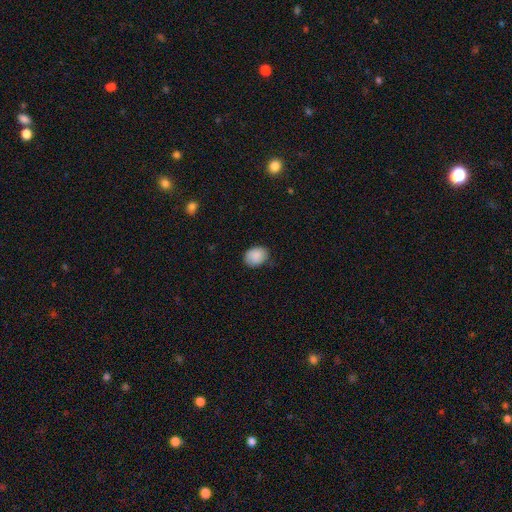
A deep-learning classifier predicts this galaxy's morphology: A smooth galaxy with no disk features (89%) that is in between round and cigar-shaped (61%). Merging: none (74%).